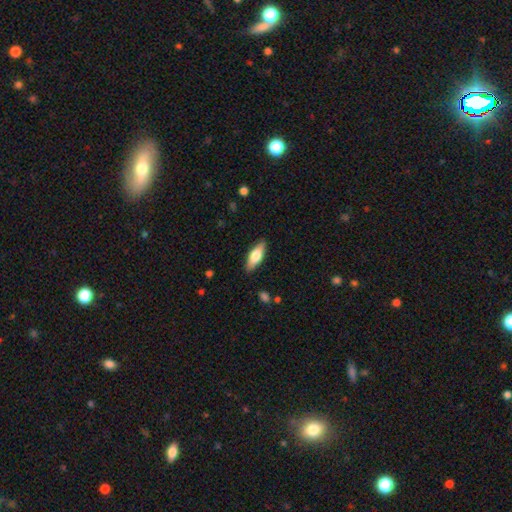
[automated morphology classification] This appears to be a smooth galaxy with no disk features (64%) that is in between round and cigar-shaped (63%). Merging: none (88%).